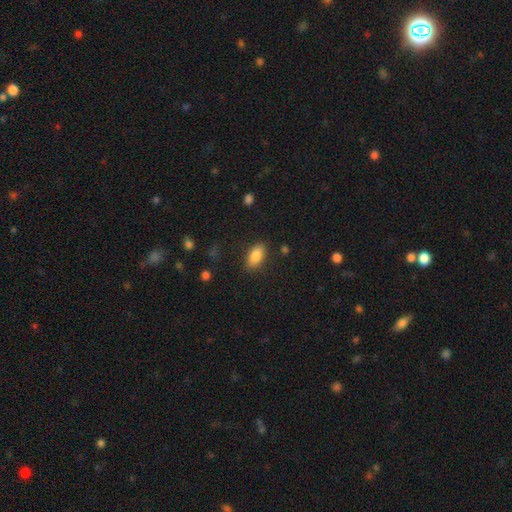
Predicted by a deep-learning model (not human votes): Morphology: type=smooth (84%); roundness=in between (89%); merging=none (85%).